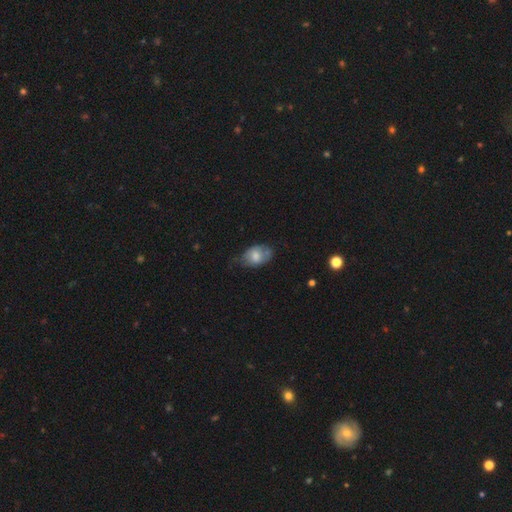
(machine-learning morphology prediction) This appears to be a smooth galaxy with no disk features (68%) that is in between round and cigar-shaped (85%). Merging: none (48%).